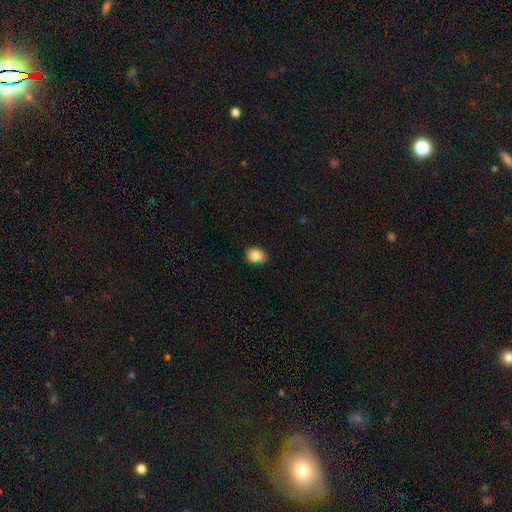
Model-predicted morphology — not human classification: Smooth or featured? smooth (81%)
How rounded? round (59%)
Merging? none (64%)